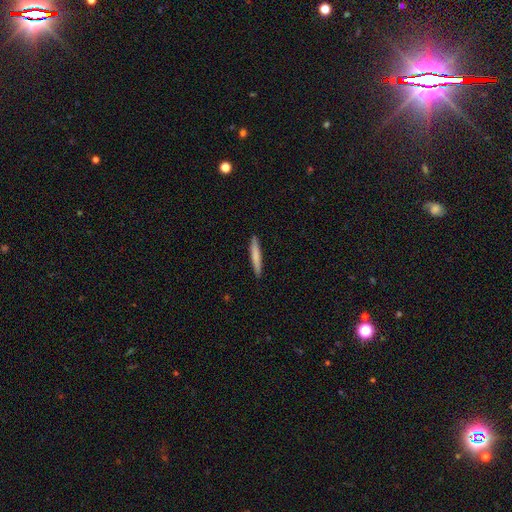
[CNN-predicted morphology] Q: Smooth or featured?
A: smooth (74%); runner-up: featured or disk (21%)
Q: How rounded?
A: cigar-shaped (95%); runner-up: in between (4%)
Q: Merging?
A: none (91%); runner-up: minor disturbance (7%)